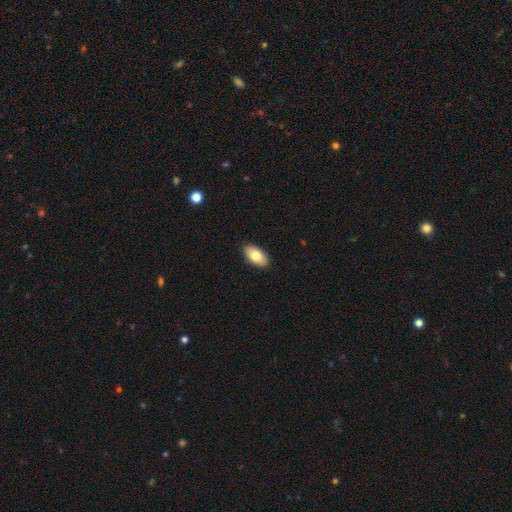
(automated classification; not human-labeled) smooth 79%, featured or disk 15%, star or artifact 7%. Down the decision tree: how rounded — in between (94%); merging — none (90%).